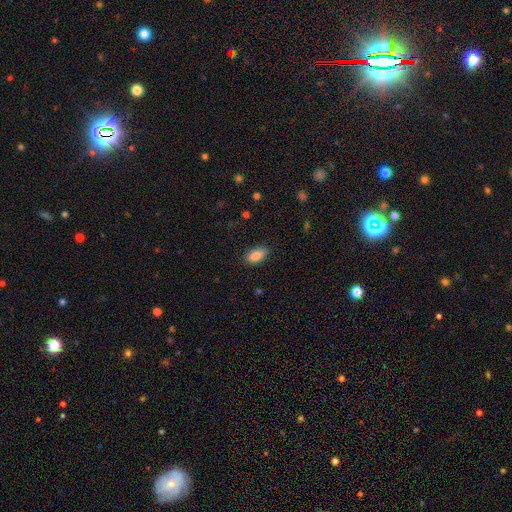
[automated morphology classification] Overall: smooth (88%). How rounded: in between (91%). Merging: none (85%).